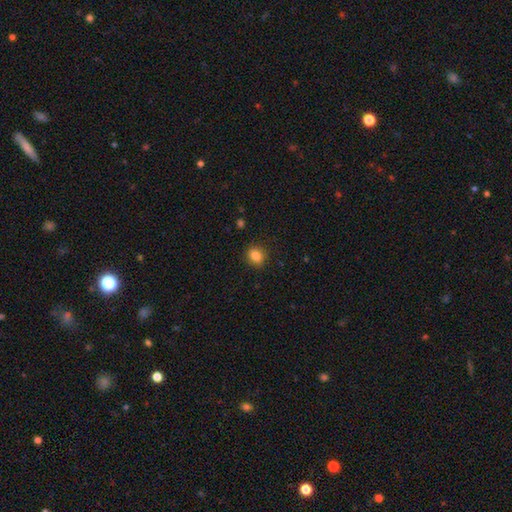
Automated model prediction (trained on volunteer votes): Smooth or featured? Predicted: smooth (p=0.85). How rounded? Predicted: round (p=0.62). Merging? Predicted: none (p=0.89).